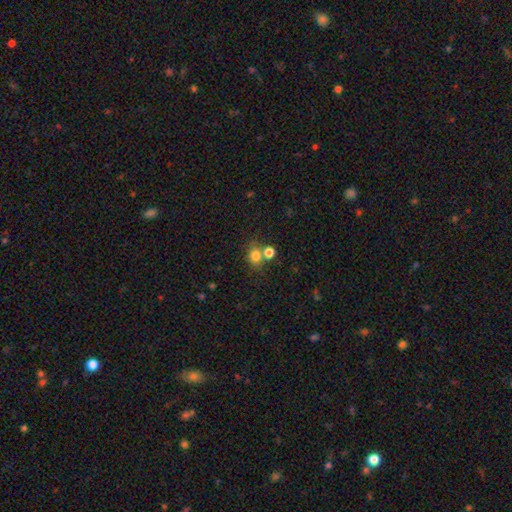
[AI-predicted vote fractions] Smooth or featured? smooth (78%)
How rounded? round (62%)
Merging? none (53%)